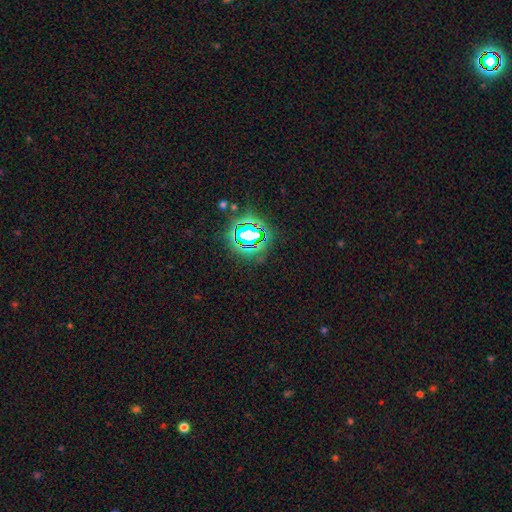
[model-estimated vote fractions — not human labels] The model was most divided on "smooth or featured": star or artifact: 82%, smooth: 11%, featured or disk: 7%.